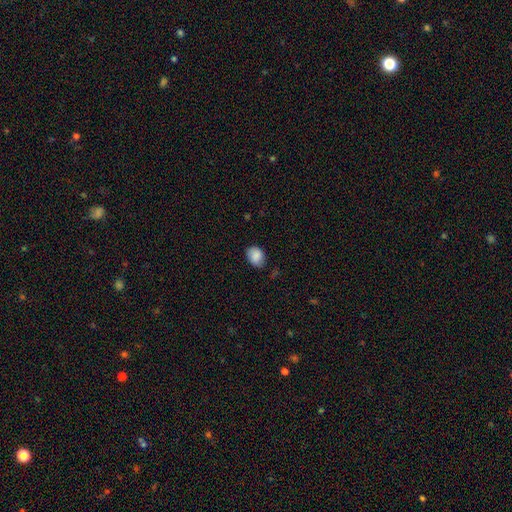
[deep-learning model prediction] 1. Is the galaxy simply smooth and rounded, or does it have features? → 88% smooth, 7% star or artifact, 5% featured or disk.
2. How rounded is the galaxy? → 66% in between, 34% round, 1% cigar-shaped.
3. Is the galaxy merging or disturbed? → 77% none, 18% minor disturbance, 3% major disturbance, 1% merger.